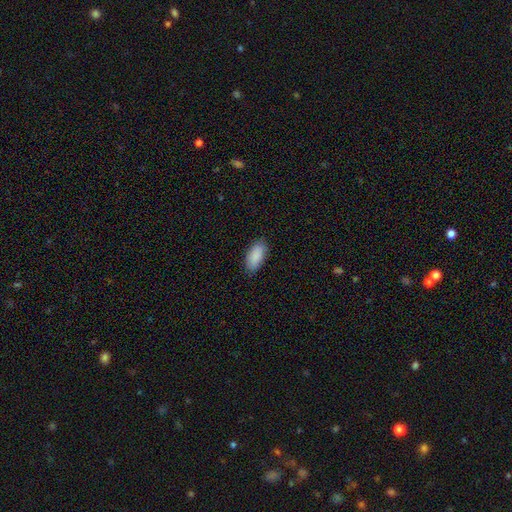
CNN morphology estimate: Smooth or featured?
  - smooth: 90% *
  - star or artifact: 6%
  - featured or disk: 4%
How rounded?
  - in between: 92% *
  - cigar-shaped: 6%
  - round: 2%
Merging?
  - none: 85% *
  - minor disturbance: 11%
  - major disturbance: 2%
  - merger: 1%